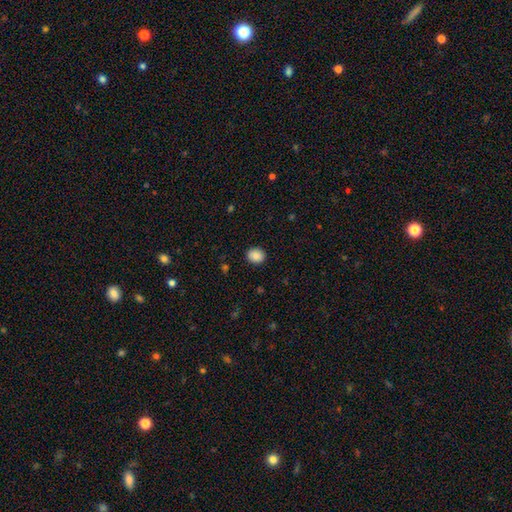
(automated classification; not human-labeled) Morphology: type=smooth (89%); roundness=round (64%); merging=none (90%).